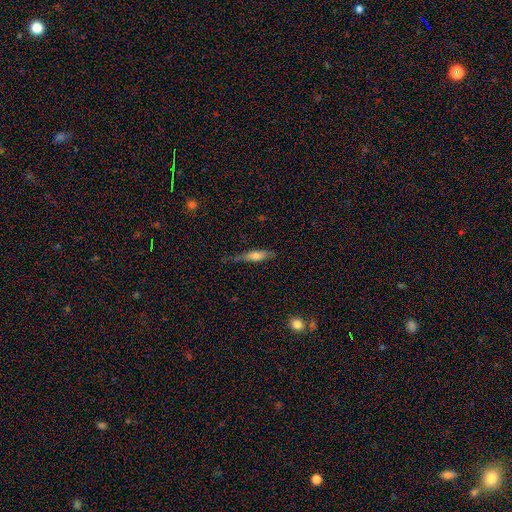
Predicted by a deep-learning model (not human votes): This appears to be a smooth galaxy with no disk features (58%) that is cigar-shaped (72%). Merging: none (60%).